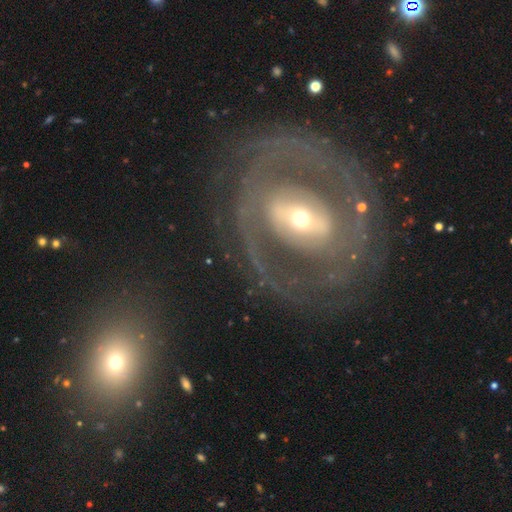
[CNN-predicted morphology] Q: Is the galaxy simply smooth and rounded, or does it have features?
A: featured or disk — 78%.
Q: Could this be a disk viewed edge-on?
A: no — 94%.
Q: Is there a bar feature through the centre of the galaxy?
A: strong — 36%.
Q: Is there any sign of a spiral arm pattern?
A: yes — 60%.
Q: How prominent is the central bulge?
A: moderate — 45%.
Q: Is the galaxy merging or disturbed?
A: none — 69%.